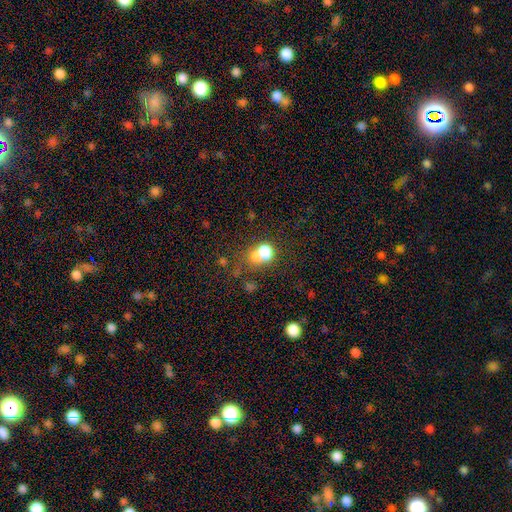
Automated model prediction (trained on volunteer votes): smooth 72%, featured or disk 15%, star or artifact 13%. Down the decision tree: how rounded — round (62%); merging — merger (44%).